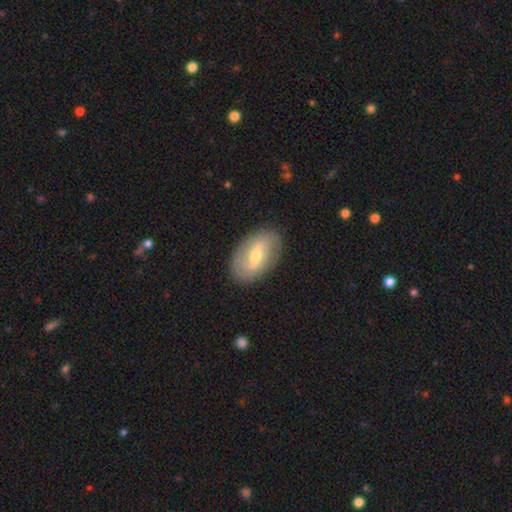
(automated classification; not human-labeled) featured or disk 64%, smooth 30%, star or artifact 6%. Down the decision tree: edge-on disk — no (93%); bar — weak (50%); spiral arms — yes (71%); bulge size — moderate (59%); merging — none (85%).